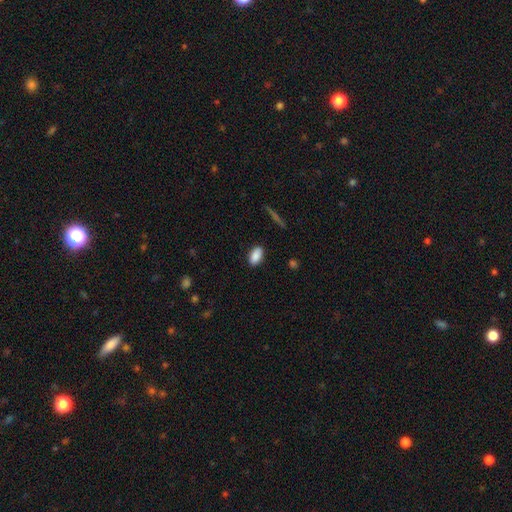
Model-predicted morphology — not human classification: smooth-or-featured: smooth: 88% | star or artifact: 7% | featured or disk: 5%
  how-rounded: in between: 92% | round: 5% | cigar-shaped: 4%
  merging: none: 86% | minor disturbance: 10% | major disturbance: 2% | merger: 1%